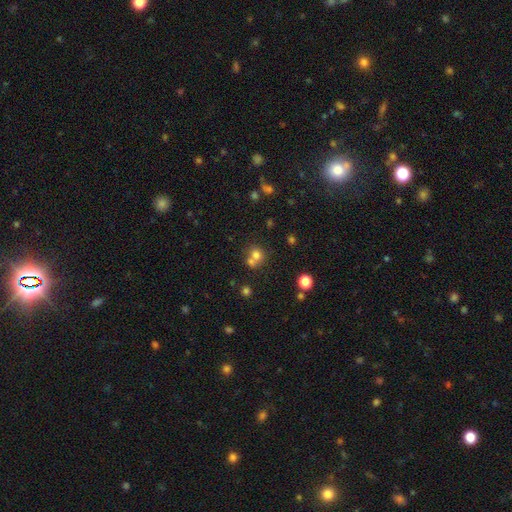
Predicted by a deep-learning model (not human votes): Smooth or featured? Predicted: smooth (p=0.71). How rounded? Predicted: round (p=0.80). Merging? Predicted: merger (p=0.46).